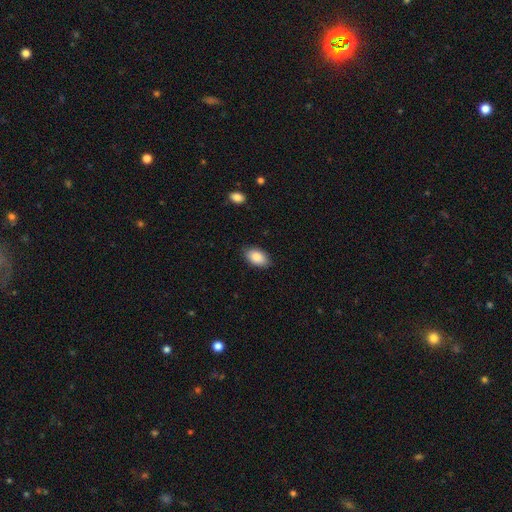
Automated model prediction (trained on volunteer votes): A smooth galaxy with no disk features (86%) that is in between round and cigar-shaped (92%).

Vote fractions:
- Smooth or featured? smooth: 86% / star or artifact: 7% / featured or disk: 7%
- How rounded? in between: 92% / round: 6% / cigar-shaped: 2%
- Merging? none: 86% / minor disturbance: 11% / major disturbance: 2% / merger: 1%